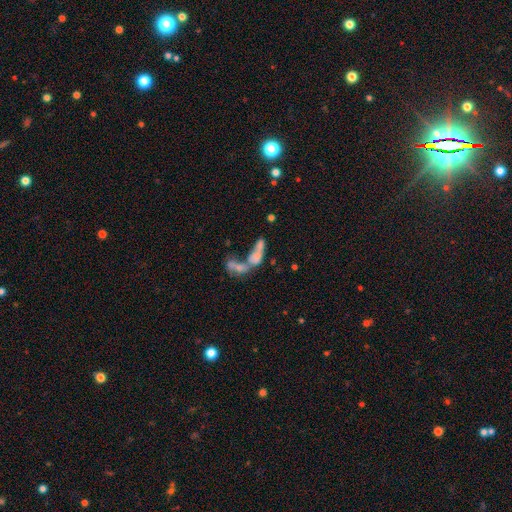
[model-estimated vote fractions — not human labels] The model was most divided on "smooth or featured": smooth: 48%, featured or disk: 37%, star or artifact: 15%. More confident: merging — merger (69%).